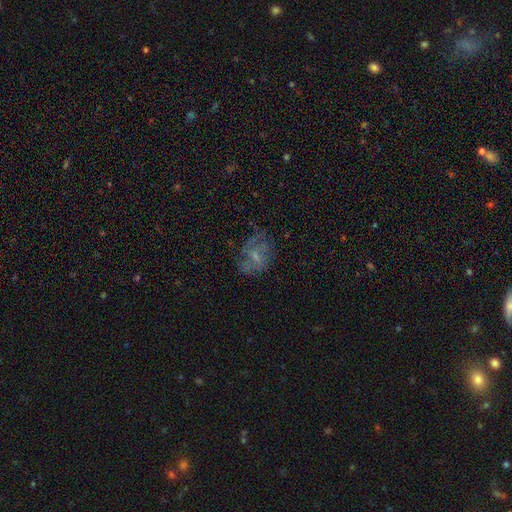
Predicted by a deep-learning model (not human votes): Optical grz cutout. It shows a featured or disk galaxy (47%). Merging: none (52%).